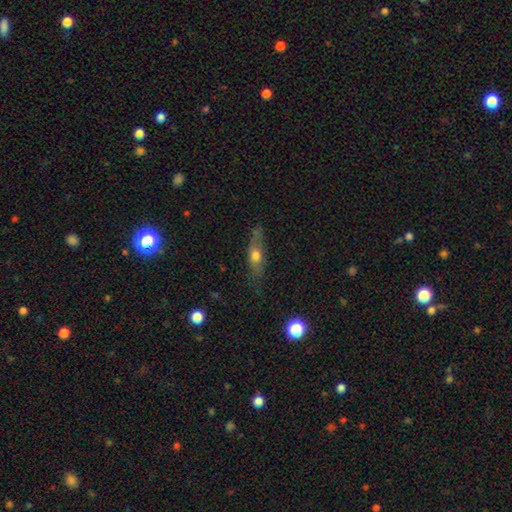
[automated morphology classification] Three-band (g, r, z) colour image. It shows a smooth galaxy with no disk features (55%) that is cigar-shaped (51%). Merging: none (69%).